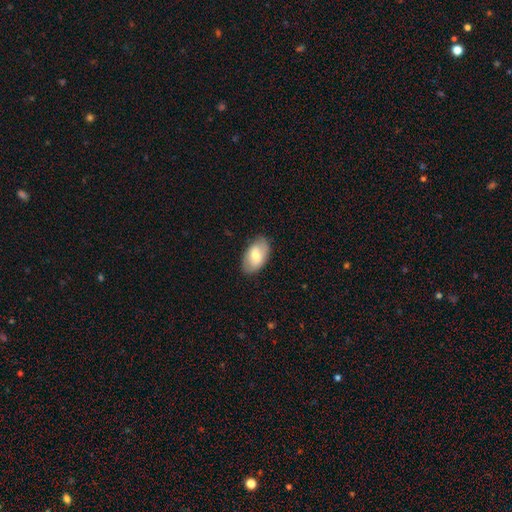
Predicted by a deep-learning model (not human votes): This is likely a smooth galaxy (65%). How rounded: clearly in between (93%). Merging: clearly none (82%).